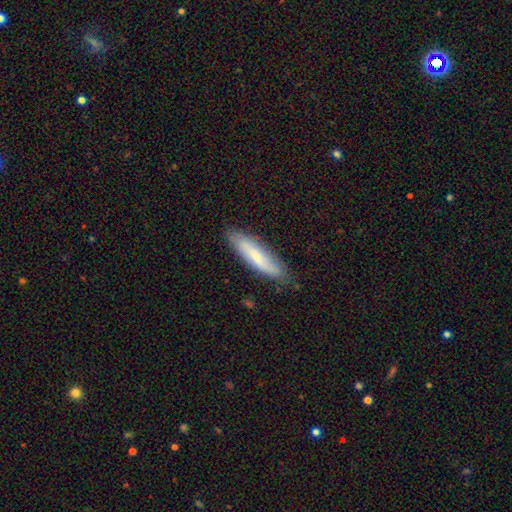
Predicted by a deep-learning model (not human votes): This is likely a smooth galaxy (67%). How rounded: likely cigar-shaped (76%). Merging: clearly none (83%).